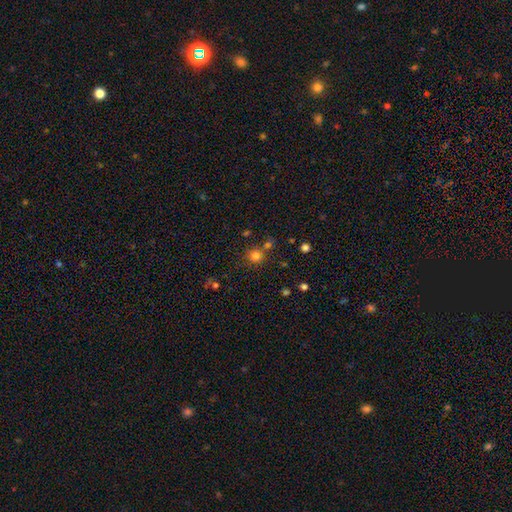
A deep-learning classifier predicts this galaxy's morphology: The model was most divided on "merging": none: 68%, merger: 18%, minor disturbance: 10%, major disturbance: 4%. More confident: how rounded — round (90%); smooth or featured — smooth (77%).